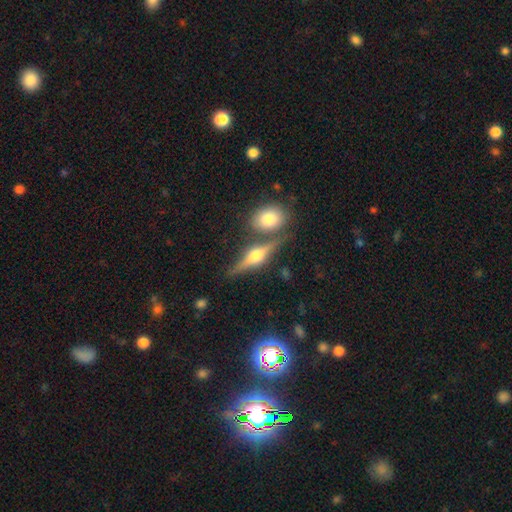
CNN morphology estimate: This is likely a featured or disk galaxy (73%). It is clearly viewed edge-on (95%). Edge-on bulge: clearly rounded (94%). Merging: likely none (74%).